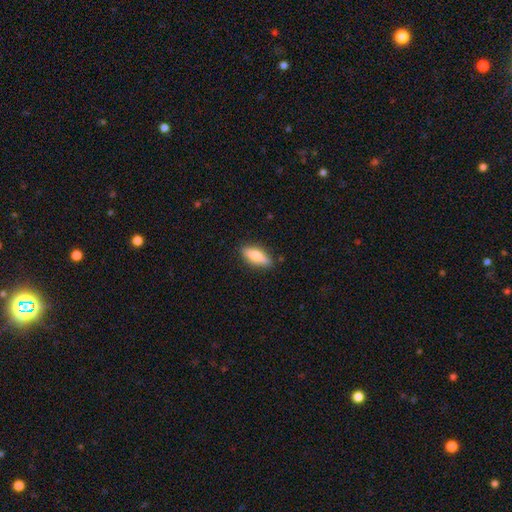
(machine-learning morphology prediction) Q: Smooth or featured?
A: smooth (73%); runner-up: featured or disk (21%)
Q: How rounded?
A: in between (64%); runner-up: cigar-shaped (34%)
Q: Merging?
A: none (85%); runner-up: minor disturbance (11%)